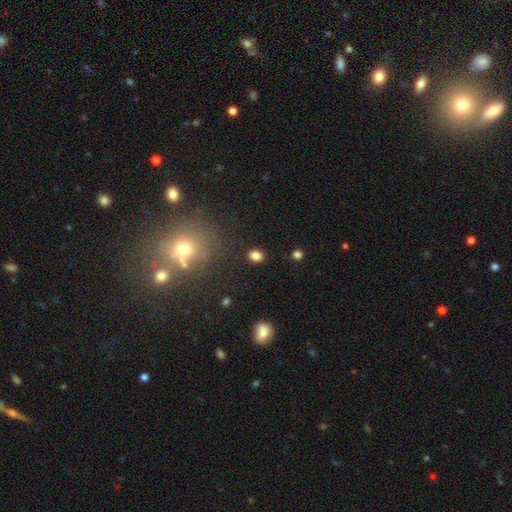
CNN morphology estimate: Smooth or featured? Predicted: smooth (p=0.83). How rounded? Predicted: round (p=0.51). Merging? Predicted: none (p=0.88).